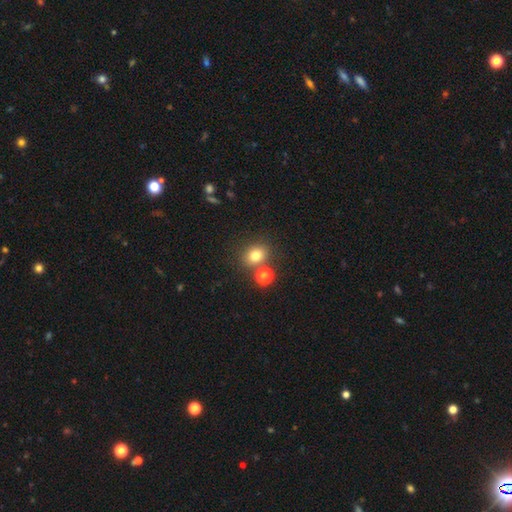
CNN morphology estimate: This is likely a smooth galaxy (77%). How rounded: likely round (66%). Merging: likely none (70%).